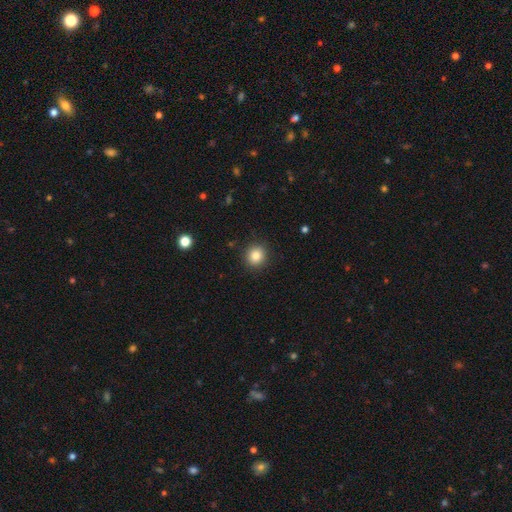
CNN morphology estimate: The model was most divided on "smooth or featured": smooth: 84%, star or artifact: 10%, featured or disk: 5%. More confident: merging — none (91%); how rounded — round (88%).